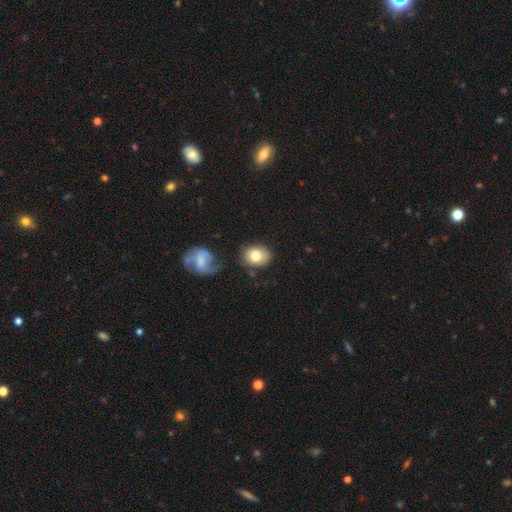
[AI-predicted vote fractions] This is likely a smooth galaxy (79%). How rounded: possibly round (51%). Merging: likely none (67%).